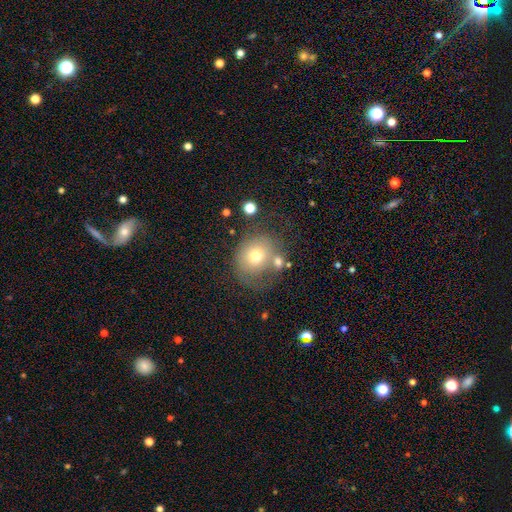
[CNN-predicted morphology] The model was most divided on "merging": none: 42%, minor disturbance: 21%, major disturbance: 21%, merger: 17%. More confident: how rounded — round (71%); smooth or featured — smooth (63%).